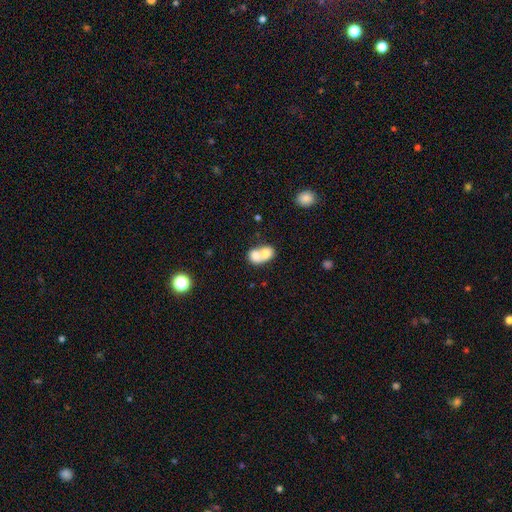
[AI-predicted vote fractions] Overall: smooth (71%). How rounded: in between (56%; round 43%). Merging: merger (76%).